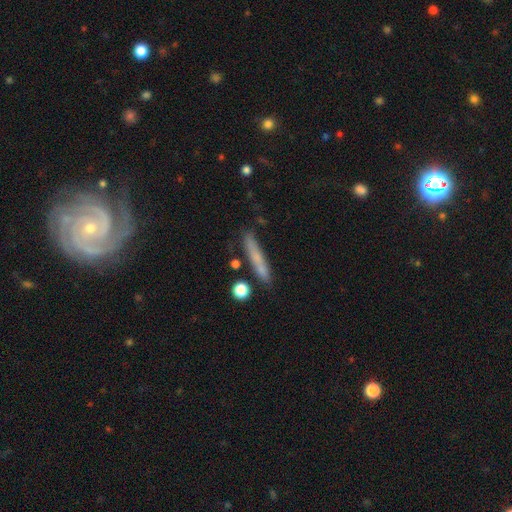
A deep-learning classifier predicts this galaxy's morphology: smooth-or-featured: smooth: 68% | featured or disk: 22% | star or artifact: 9%
  how-rounded: cigar-shaped: 90% | in between: 7% | round: 3%
  merging: none: 79% | minor disturbance: 13% | merger: 5% | major disturbance: 3%